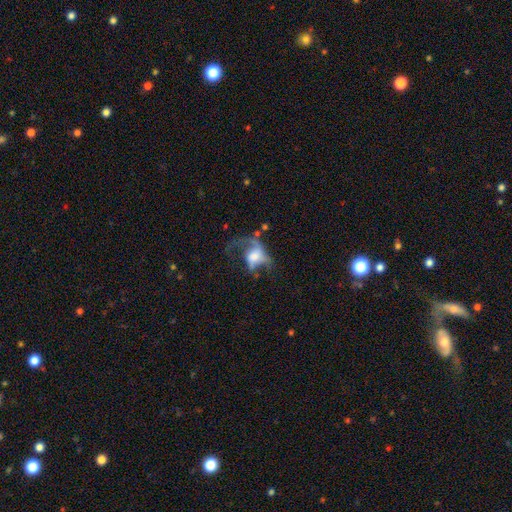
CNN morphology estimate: featured or disk 56%, smooth 34%, star or artifact 9%. Down the decision tree: edge-on disk — no (95%); bar — no (68%); spiral arms — yes (58%); bulge size — large (35%); merging — major disturbance (57%).